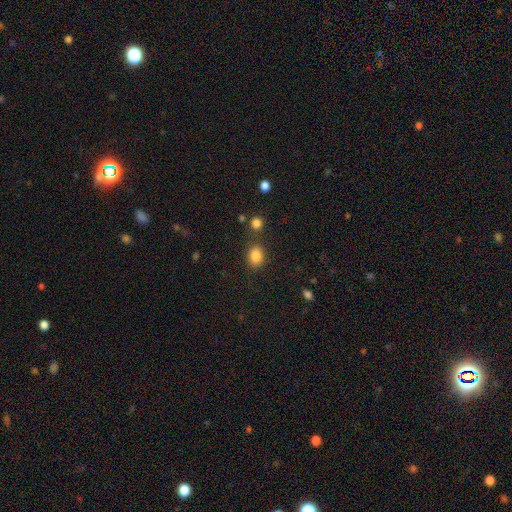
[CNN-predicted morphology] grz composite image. It shows a smooth galaxy with no disk features (85%) that is in between round and cigar-shaped (55%). Merging: none (79%).